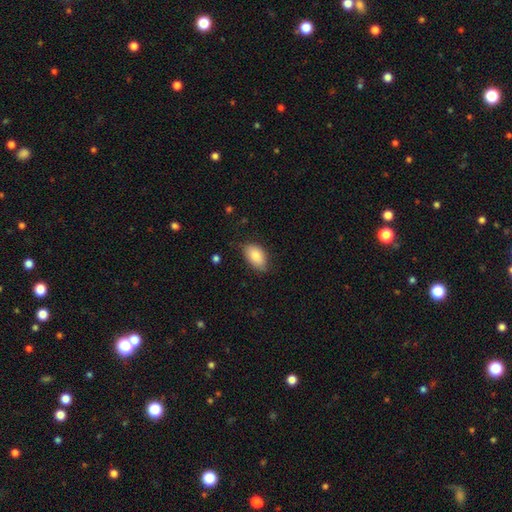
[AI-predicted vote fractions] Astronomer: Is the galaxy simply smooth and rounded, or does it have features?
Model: smooth — 85%.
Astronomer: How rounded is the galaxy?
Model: in between — 92%.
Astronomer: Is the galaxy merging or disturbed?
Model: none — 71%.